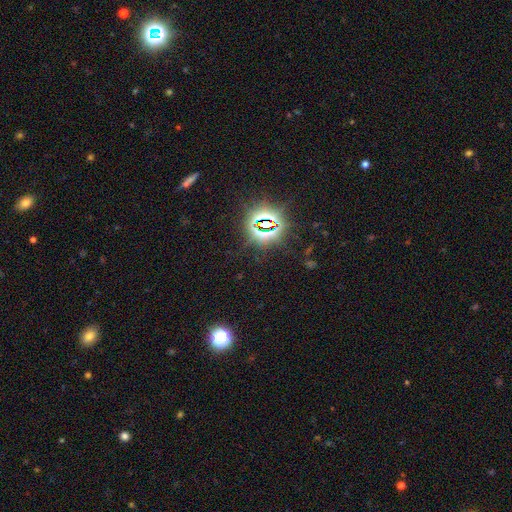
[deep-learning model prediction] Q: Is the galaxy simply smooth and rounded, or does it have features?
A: star or artifact — 81%.